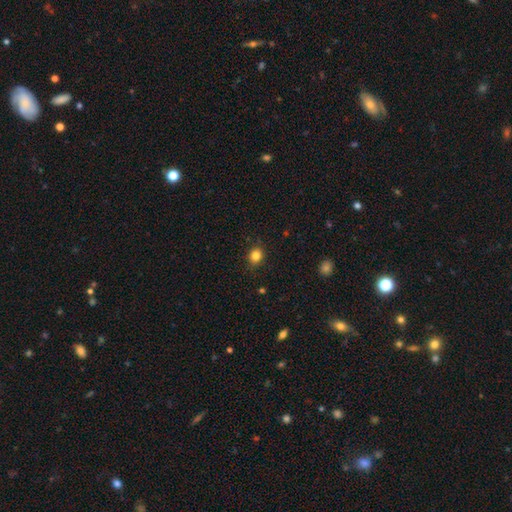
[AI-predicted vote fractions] Q: Smooth or featured?
A: smooth (84%); runner-up: star or artifact (11%)
Q: How rounded?
A: round (71%); runner-up: in between (28%)
Q: Merging?
A: none (88%); runner-up: minor disturbance (9%)